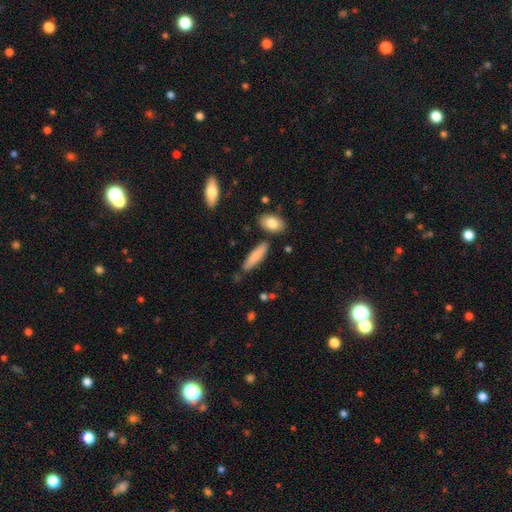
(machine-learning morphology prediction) Overall: smooth (79%). How rounded: cigar-shaped (70%). Merging: none (78%).